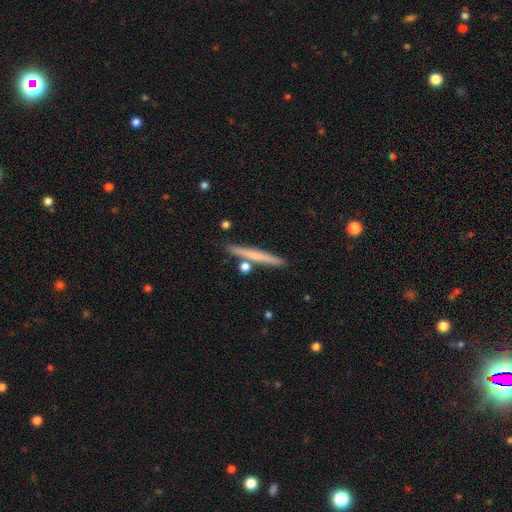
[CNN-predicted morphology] Smooth or featured: smooth — 55% (featured or disk — 38%)
How rounded: cigar-shaped — 96% (in between — 2%)
Merging: none — 85% (minor disturbance — 8%)